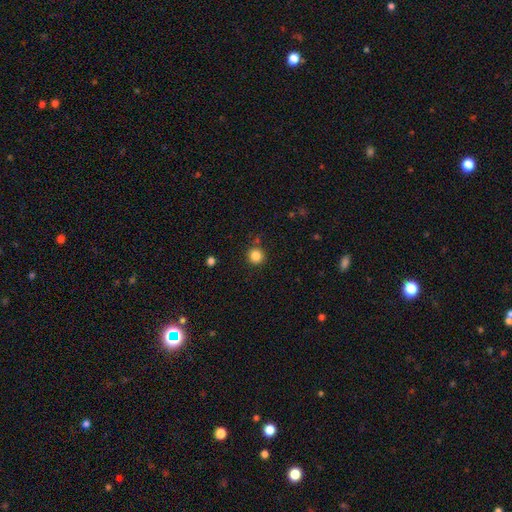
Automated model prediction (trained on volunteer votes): Smooth or featured: smooth — 84% (star or artifact — 11%)
How rounded: round — 93% (in between — 6%)
Merging: none — 85% (minor disturbance — 9%)